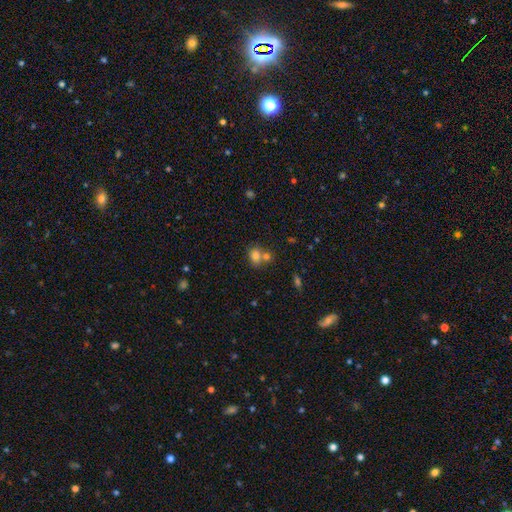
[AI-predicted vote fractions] Smooth or featured? smooth (77%)
How rounded? round (59%)
Merging? merger (45%)